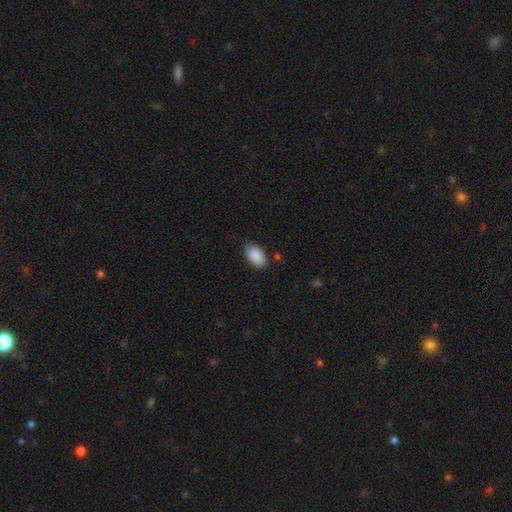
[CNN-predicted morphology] smooth_or_featured: smooth (p=0.90) [alt: star or artifact p=0.06]
how_rounded: in between (p=0.95) [alt: round p=0.04]
merging: none (p=0.81) [alt: minor disturbance p=0.15]